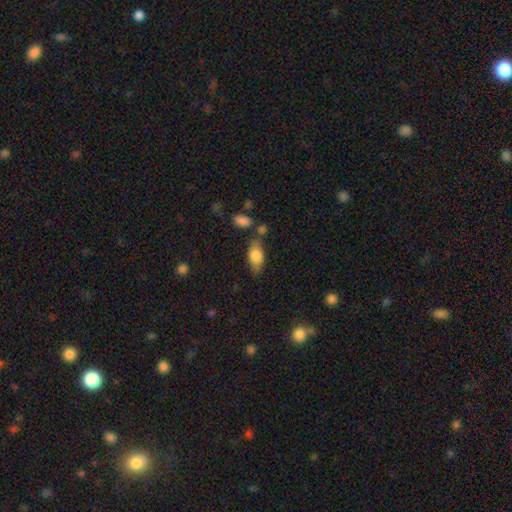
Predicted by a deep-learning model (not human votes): Overall: smooth (77%). How rounded: in between (86%). Merging: none (66%).